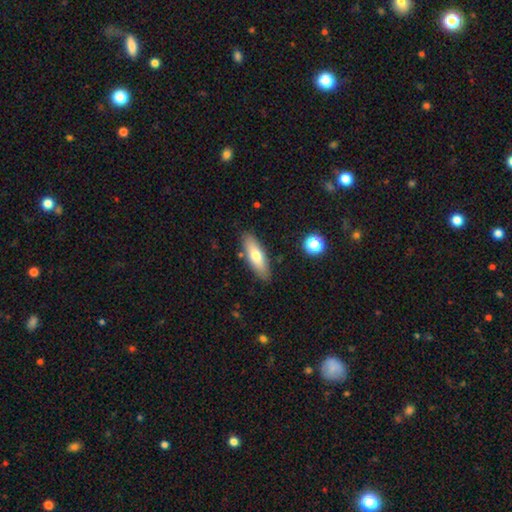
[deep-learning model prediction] Smooth or featured: smooth — 66% (featured or disk — 27%)
How rounded: in between — 56% (cigar-shaped — 41%)
Merging: none — 86% (minor disturbance — 10%)